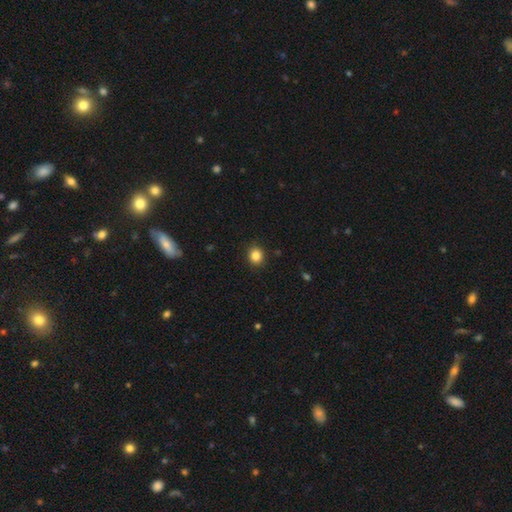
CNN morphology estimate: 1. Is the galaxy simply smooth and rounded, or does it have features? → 85% smooth, 11% star or artifact, 4% featured or disk.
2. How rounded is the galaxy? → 86% round, 13% in between, 1% cigar-shaped.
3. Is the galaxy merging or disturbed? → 91% none, 6% minor disturbance, 2% major disturbance, 1% merger.